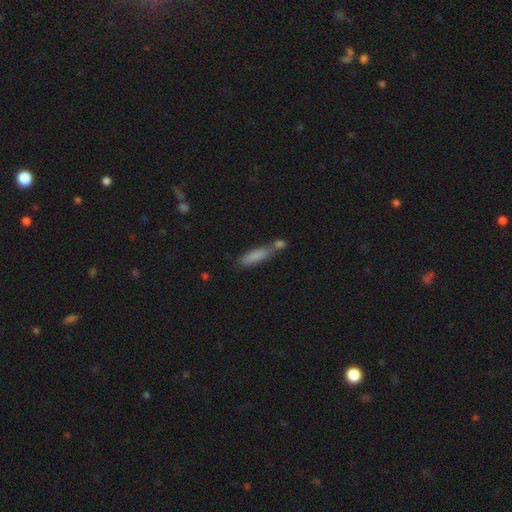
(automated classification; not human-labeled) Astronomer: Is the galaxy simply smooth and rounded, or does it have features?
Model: smooth — 80%.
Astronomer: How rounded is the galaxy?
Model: cigar-shaped — 69%.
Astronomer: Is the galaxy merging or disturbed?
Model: none — 44% (runner-up: merger, 36%).